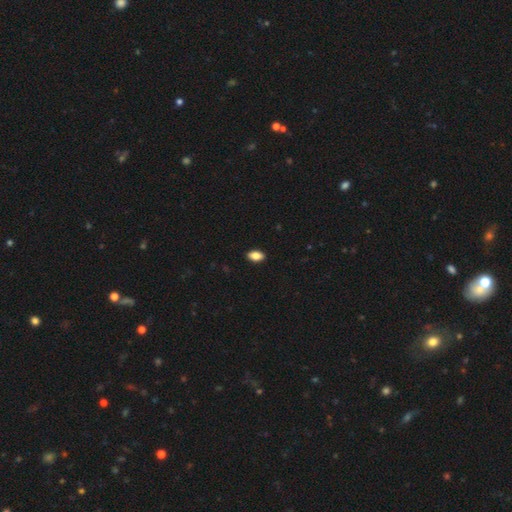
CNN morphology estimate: smooth_or_featured: smooth (p=0.86) [alt: star or artifact p=0.08]
how_rounded: in between (p=0.91) [alt: round p=0.06]
merging: none (p=0.91) [alt: minor disturbance p=0.07]